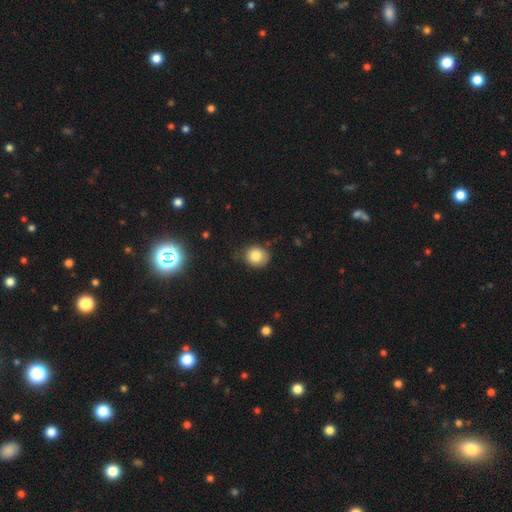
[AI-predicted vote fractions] Overall: smooth (82%). How rounded: round (66%; in between 34%). Merging: none (73%).